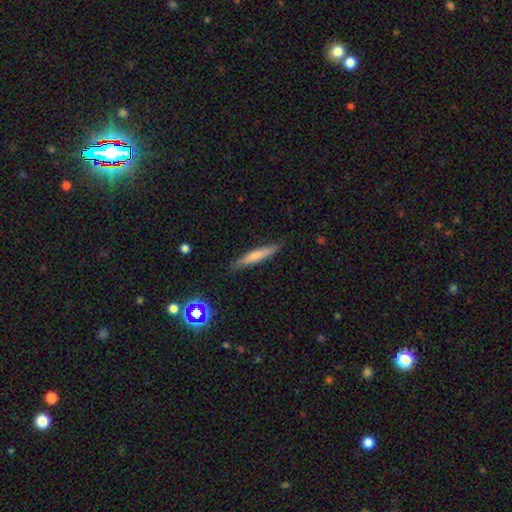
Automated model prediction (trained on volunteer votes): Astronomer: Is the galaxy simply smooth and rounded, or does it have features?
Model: smooth — 64%.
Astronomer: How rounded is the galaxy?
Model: cigar-shaped — 91%.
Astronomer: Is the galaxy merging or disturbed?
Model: none — 84%.